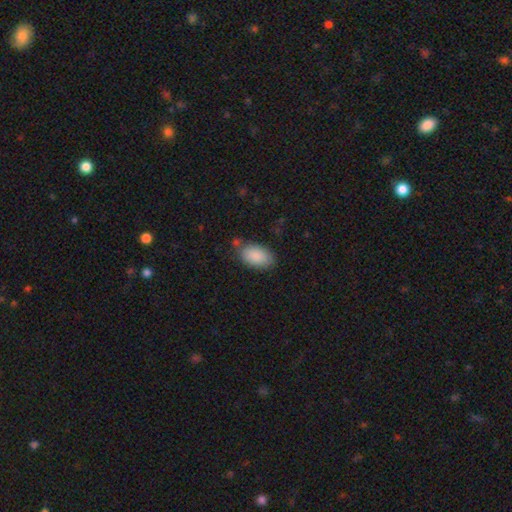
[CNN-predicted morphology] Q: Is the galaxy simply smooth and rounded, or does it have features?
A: smooth — 89%.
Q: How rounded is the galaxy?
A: in between — 94%.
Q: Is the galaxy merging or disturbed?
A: none — 73%.